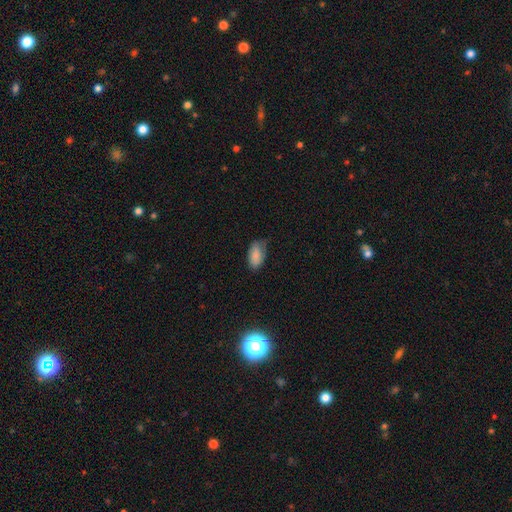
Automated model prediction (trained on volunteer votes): Smooth or featured? Predicted: smooth (p=0.84). How rounded? Predicted: in between (p=0.93). Merging? Predicted: none (p=0.56).